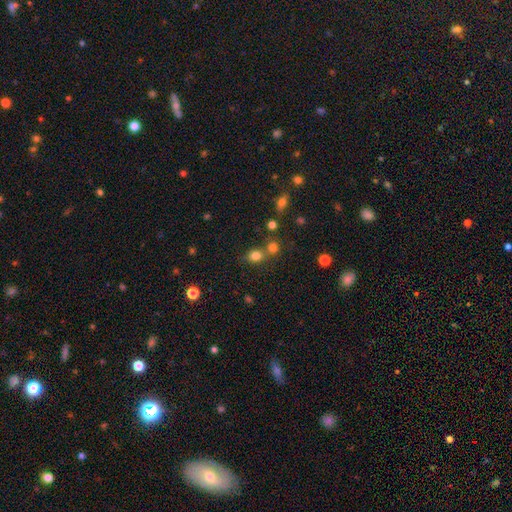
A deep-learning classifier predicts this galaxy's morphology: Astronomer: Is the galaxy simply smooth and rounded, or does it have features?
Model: smooth — 78%.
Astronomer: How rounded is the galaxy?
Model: round — 60% (runner-up: in between, 38%).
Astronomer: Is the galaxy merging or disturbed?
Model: none — 55%.